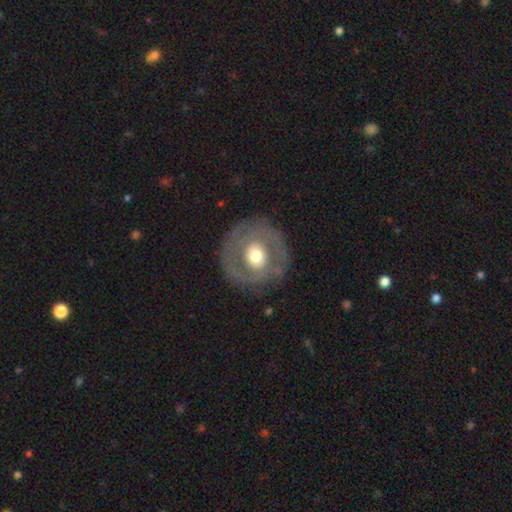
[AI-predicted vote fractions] Q: Smooth or featured?
A: featured or disk (59%); runner-up: smooth (35%)
Q: Edge-on disk?
A: no (96%); runner-up: yes (4%)
Q: Bar?
A: no (69%); runner-up: weak (22%)
Q: Spiral arms?
A: no (60%); runner-up: yes (40%)
Q: Bulge size?
A: moderate (63%); runner-up: large (26%)
Q: Merging?
A: none (80%); runner-up: minor disturbance (12%)